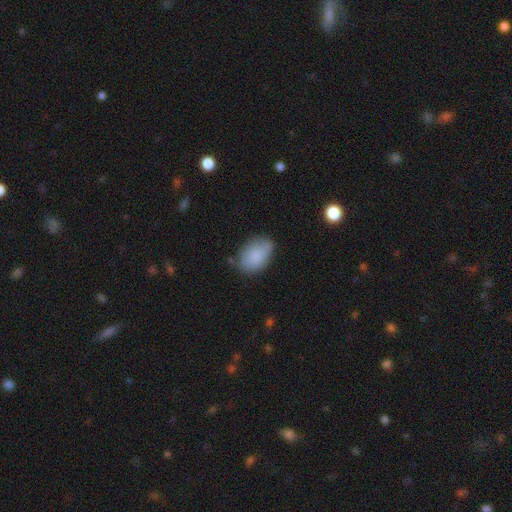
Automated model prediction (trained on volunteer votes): Q: Smooth or featured?
A: smooth (82%); runner-up: featured or disk (10%)
Q: How rounded?
A: in between (86%); runner-up: round (12%)
Q: Merging?
A: none (65%); runner-up: minor disturbance (26%)